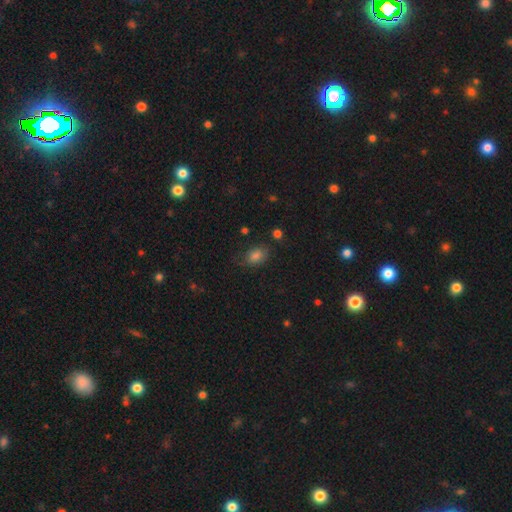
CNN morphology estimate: Overall: smooth (78%). How rounded: in between (75%). Merging: none (72%).